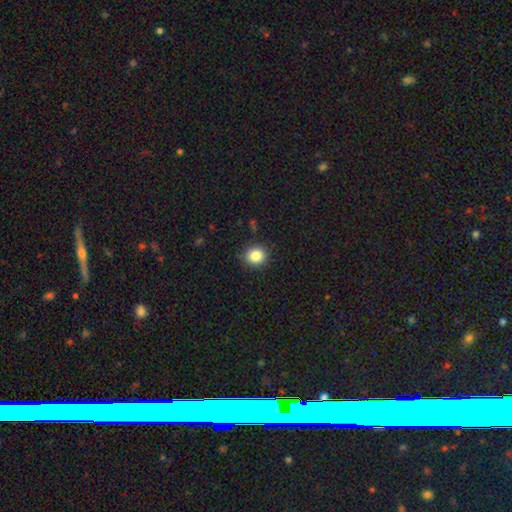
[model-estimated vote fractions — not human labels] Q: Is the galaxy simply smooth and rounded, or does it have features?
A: smooth — 85%.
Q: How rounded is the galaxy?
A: round — 84%.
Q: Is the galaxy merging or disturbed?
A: none — 86%.